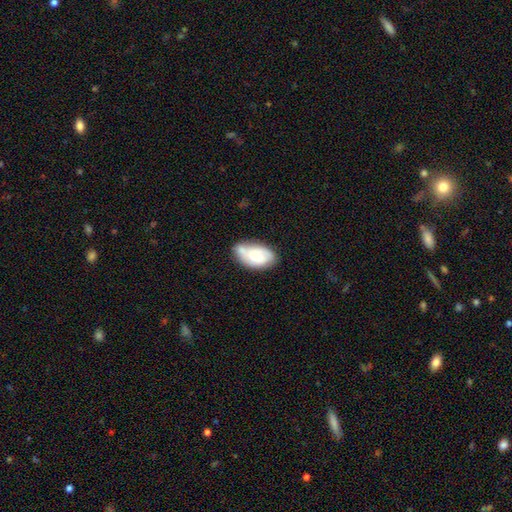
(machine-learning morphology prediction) smooth 60%, featured or disk 34%, star or artifact 6%. Down the decision tree: how rounded — in between (93%); merging — none (50%).